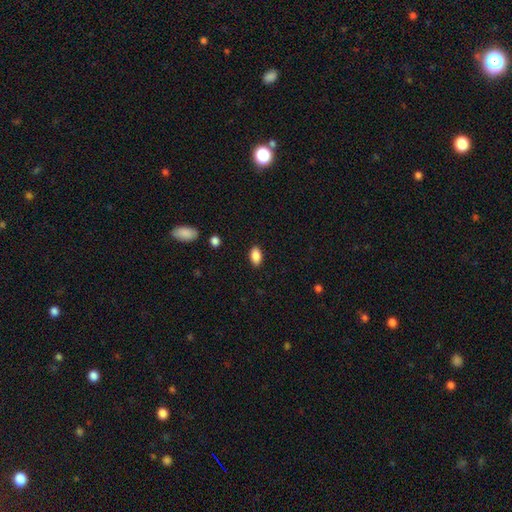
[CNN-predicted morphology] Smooth or featured? smooth (88%)
How rounded? in between (92%)
Merging? none (88%)